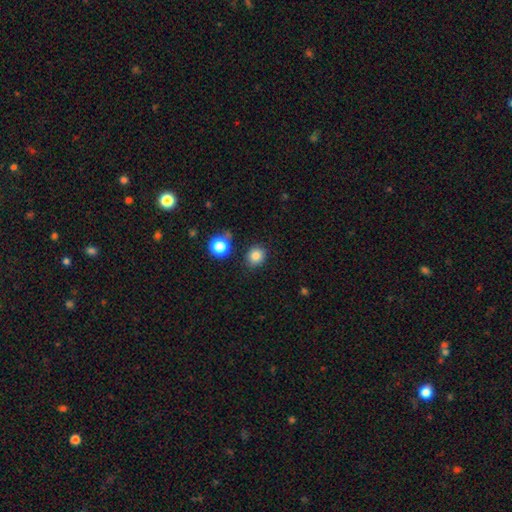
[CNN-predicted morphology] Overall: smooth (83%). How rounded: round (77%). Merging: none (83%).